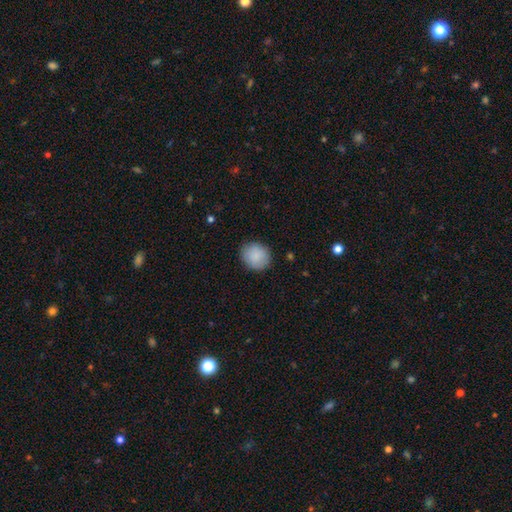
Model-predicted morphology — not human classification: A smooth galaxy with no disk features (89%) that is round (77%). Merging: none (87%).